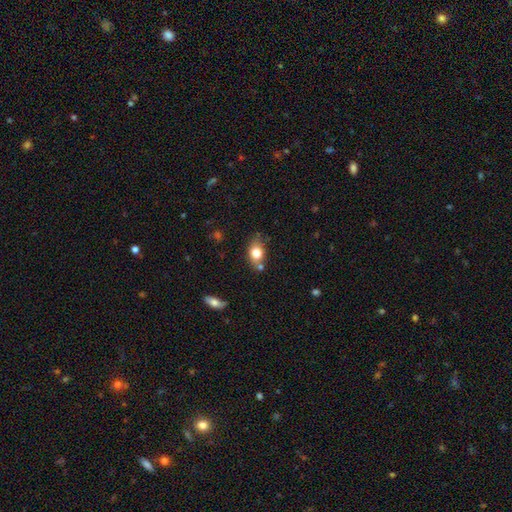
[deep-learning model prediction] Smooth or featured?
  - smooth: 75% *
  - featured or disk: 15%
  - star or artifact: 10%
How rounded?
  - in between: 66% *
  - round: 31%
  - cigar-shaped: 3%
Merging?
  - none: 65% *
  - minor disturbance: 18%
  - merger: 12%
  - major disturbance: 5%